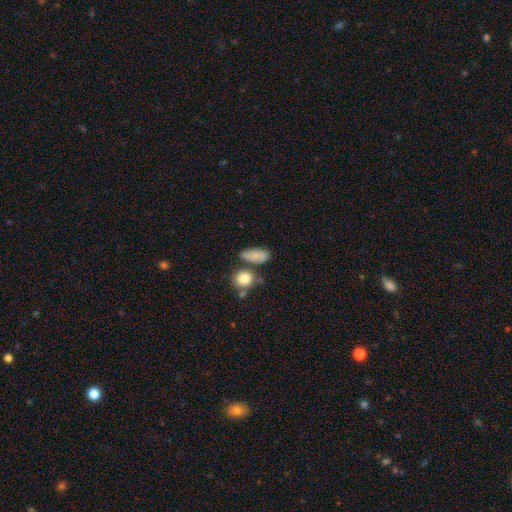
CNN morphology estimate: type=smooth (77%); roundness=in between (75%); merging=none (53%).